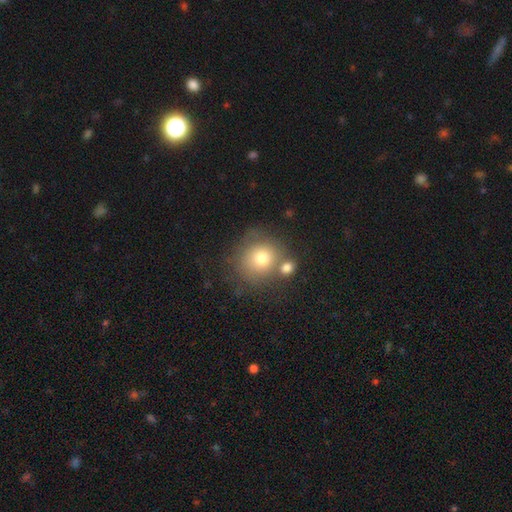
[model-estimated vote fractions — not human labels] A smooth galaxy with no disk features (62%) that is round (89%). Merging: none (71%).